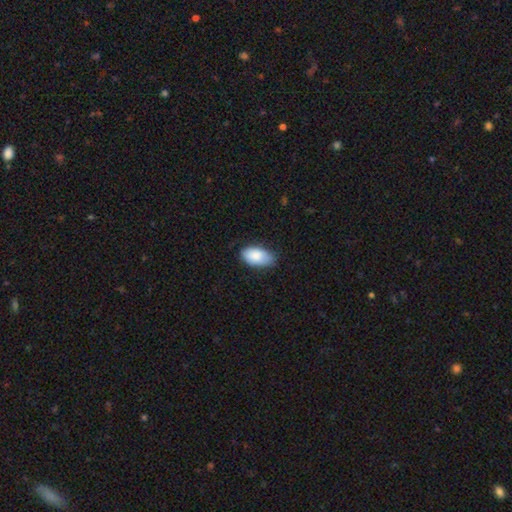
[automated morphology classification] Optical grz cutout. It shows a smooth galaxy with no disk features (85%) that is in between round and cigar-shaped (95%). Merging: none (73%).